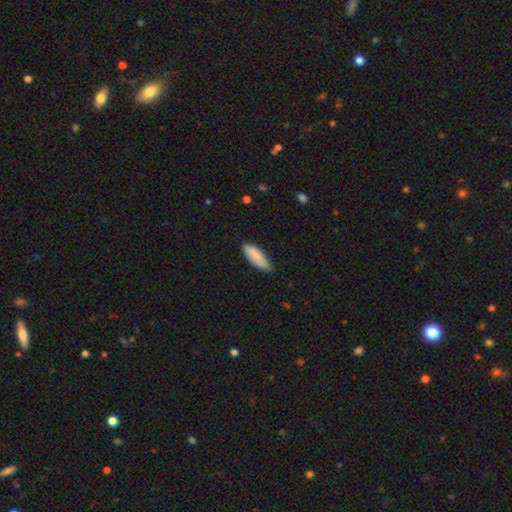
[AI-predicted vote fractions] Morphology: type=smooth (84%); roundness=in between (69%); merging=none (76%).